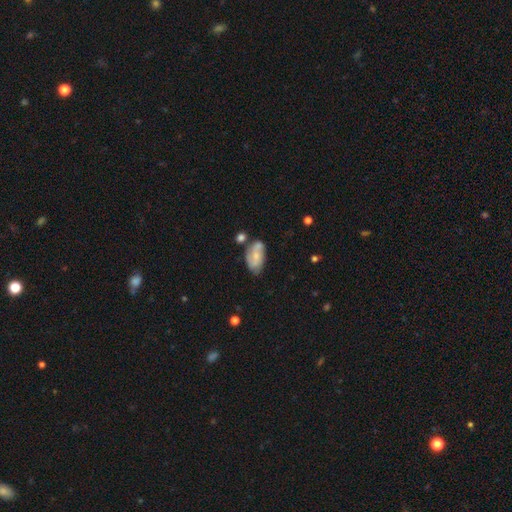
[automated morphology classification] A smooth galaxy with no disk features (47%). Merging: none (47%).